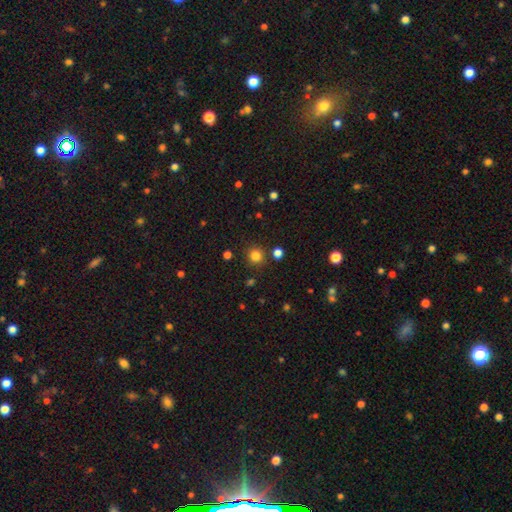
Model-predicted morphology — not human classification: smooth 81%, star or artifact 15%, featured or disk 4%. Down the decision tree: how rounded — round (92%); merging — none (87%).